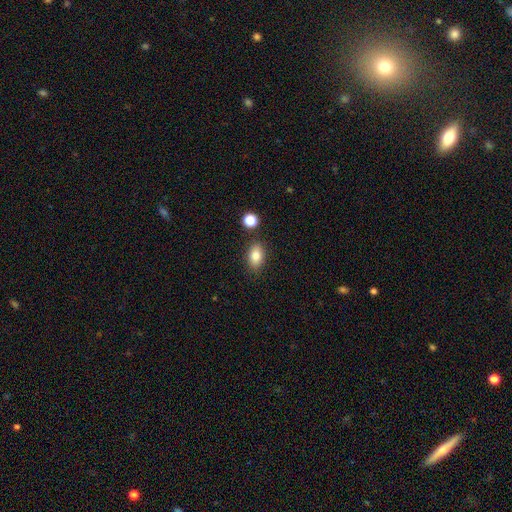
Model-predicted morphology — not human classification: Smooth or featured? Predicted: smooth (p=0.82). How rounded? Predicted: in between (p=0.85). Merging? Predicted: none (p=0.82).